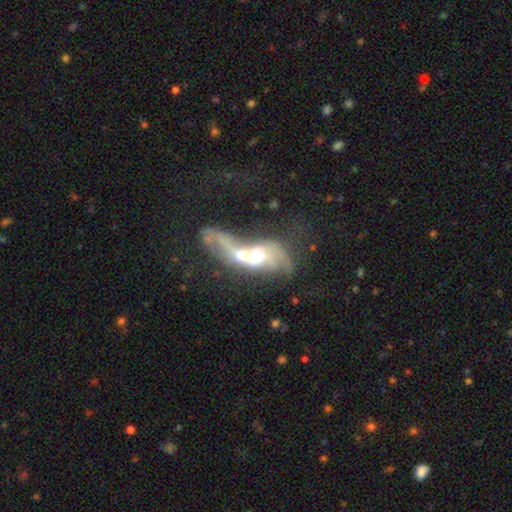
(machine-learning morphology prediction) featured or disk 59%, smooth 32%, star or artifact 9%. Down the decision tree: edge-on disk — no (90%); bar — no (76%); spiral arms — no (53%); bulge size — moderate (62%); merging — merger (72%).